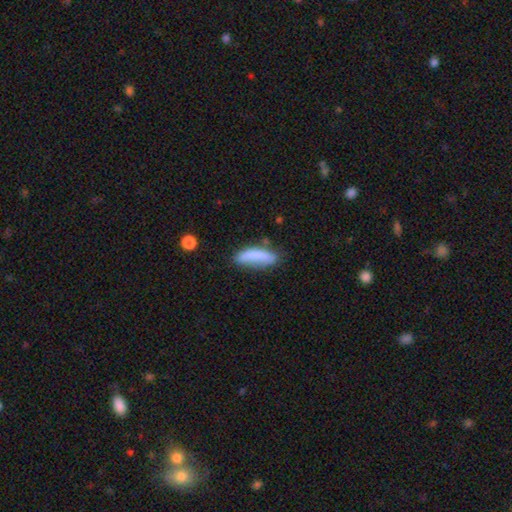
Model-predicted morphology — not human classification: Overall: smooth (79%). How rounded: cigar-shaped (54%; in between 44%). Merging: none (56%; minor disturbance 28%).